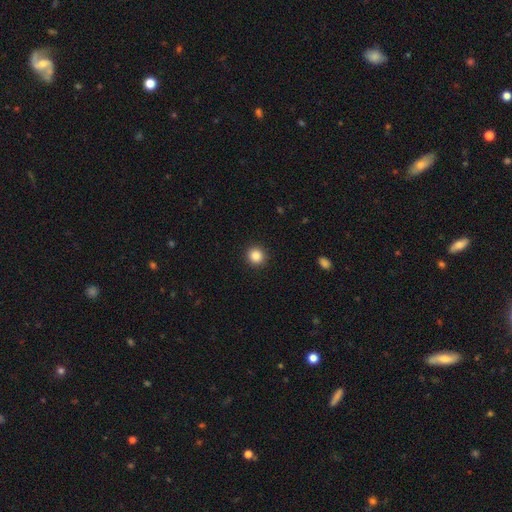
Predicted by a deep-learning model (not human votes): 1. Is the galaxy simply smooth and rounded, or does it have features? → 87% smooth, 10% star or artifact, 3% featured or disk.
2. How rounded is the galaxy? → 93% round, 6% in between, 1% cigar-shaped.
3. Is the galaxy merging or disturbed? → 93% none, 5% minor disturbance, 2% major disturbance, 1% merger.